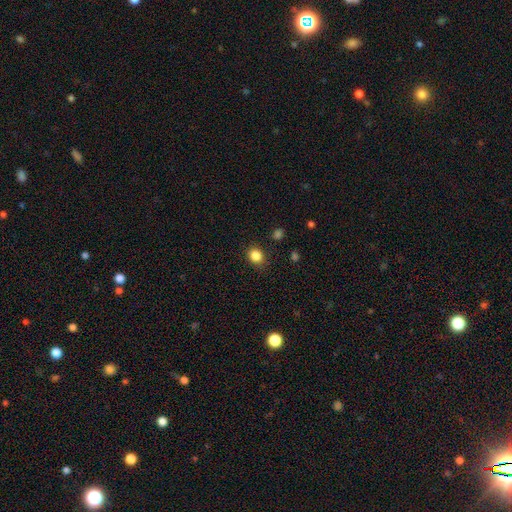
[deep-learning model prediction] Morphology: type=smooth (85%); roundness=round (71%); merging=none (87%).